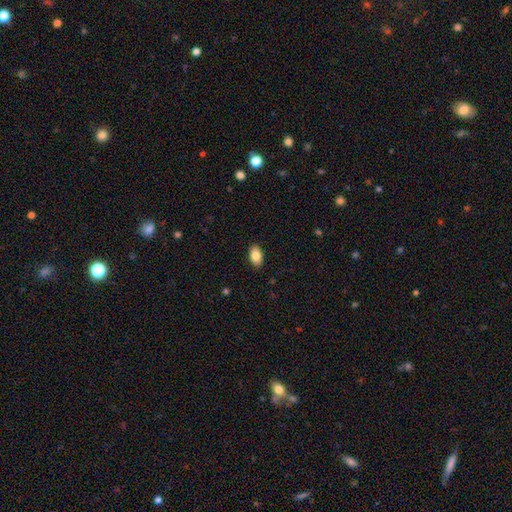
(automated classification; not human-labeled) Smooth or featured? smooth (85%)
How rounded? in between (93%)
Merging? none (89%)